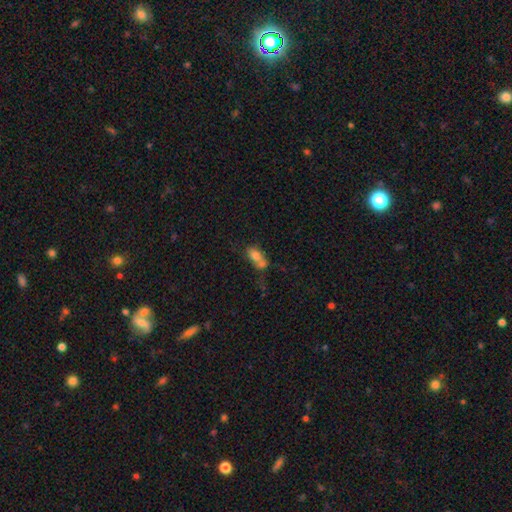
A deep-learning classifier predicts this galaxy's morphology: type=smooth (71%); roundness=in between (78%); merging=merger (58%).